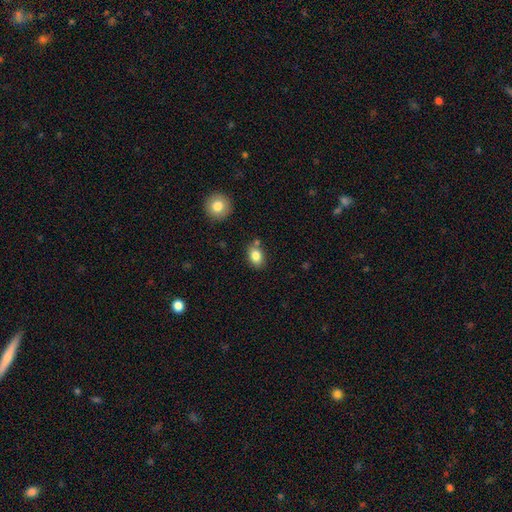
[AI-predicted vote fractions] Morphology: type=smooth (82%); roundness=in between (74%); merging=none (72%).